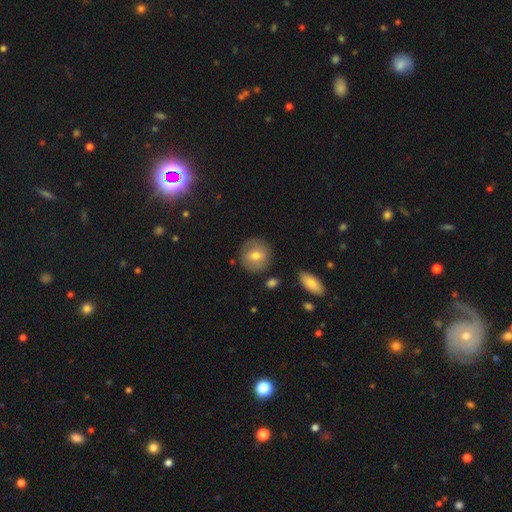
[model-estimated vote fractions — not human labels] Overall: smooth (71%). How rounded: round (90%). Merging: none (84%).